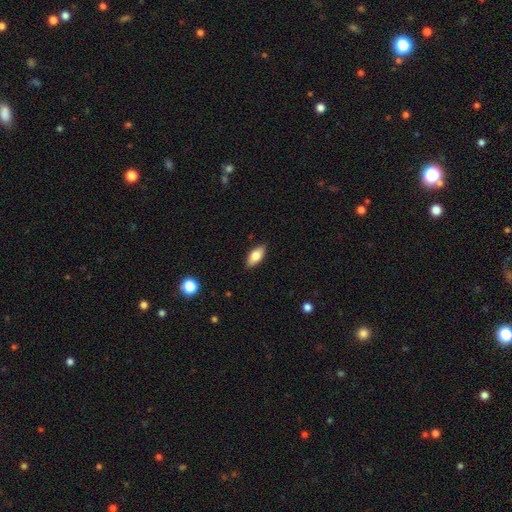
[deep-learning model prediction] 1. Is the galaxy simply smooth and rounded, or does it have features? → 78% smooth, 15% featured or disk, 7% star or artifact.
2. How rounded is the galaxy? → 89% in between, 8% cigar-shaped, 3% round.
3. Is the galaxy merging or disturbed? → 88% none, 10% minor disturbance, 2% major disturbance, 1% merger.